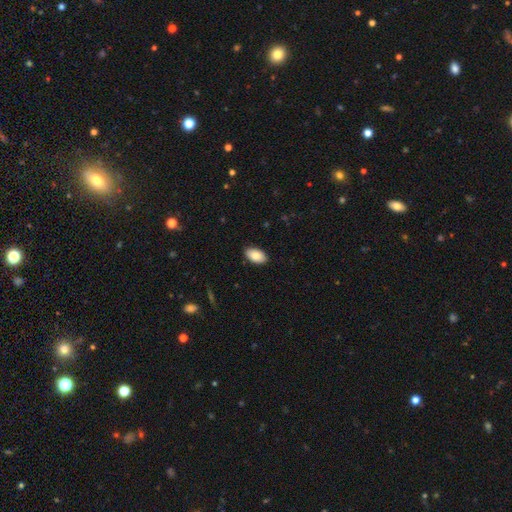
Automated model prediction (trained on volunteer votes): This appears to be a smooth galaxy with no disk features (86%) that is in between round and cigar-shaped (95%). Merging: none (88%).